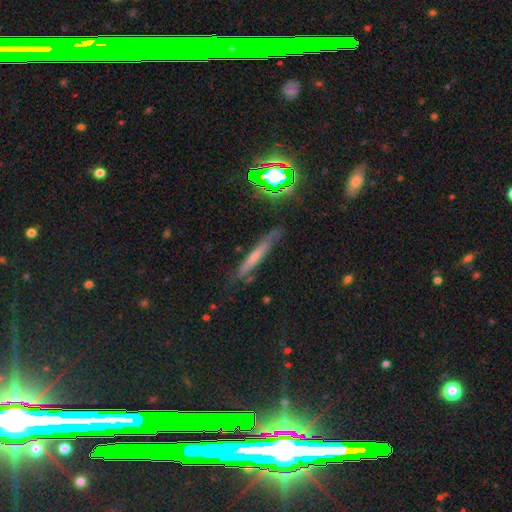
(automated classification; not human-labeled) smooth 43%, featured or disk 37%, star or artifact 21%. Down the decision tree: merging — none (74%).